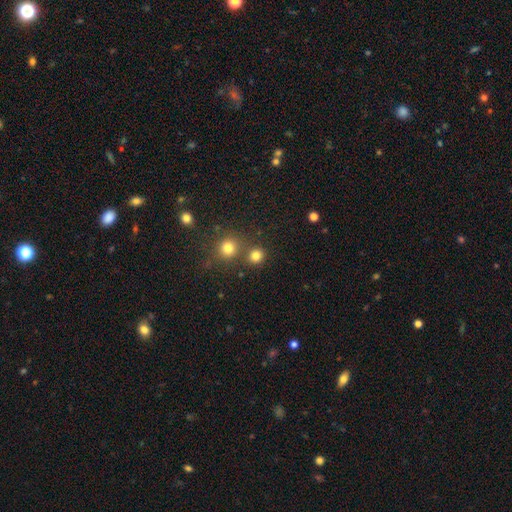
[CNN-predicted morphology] type=smooth (79%); roundness=round (88%); merging=none (75%).